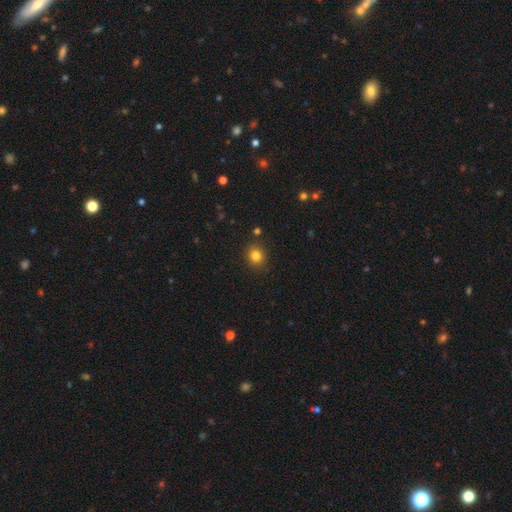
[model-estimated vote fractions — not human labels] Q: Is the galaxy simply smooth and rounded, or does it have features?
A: smooth — 82%.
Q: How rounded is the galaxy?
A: round — 79%.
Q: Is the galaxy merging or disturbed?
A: none — 87%.